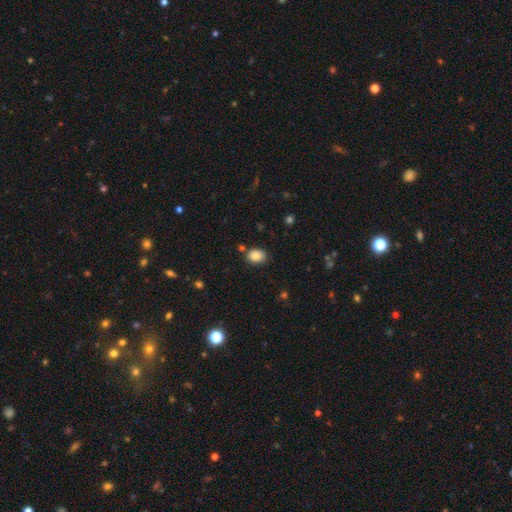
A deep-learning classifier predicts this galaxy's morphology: smooth 86%, star or artifact 9%, featured or disk 5%. Down the decision tree: how rounded — in between (66%); merging — none (80%).